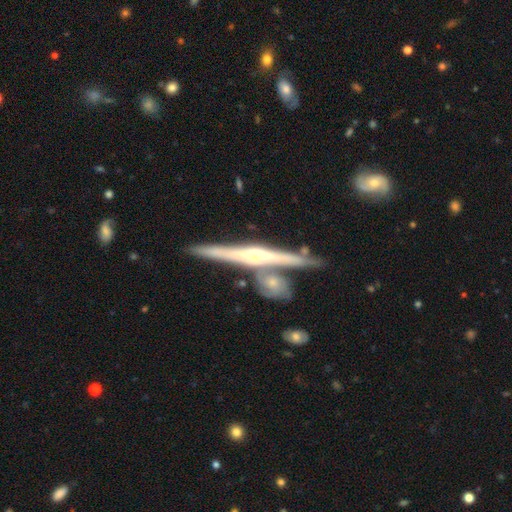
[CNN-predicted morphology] Smooth or featured? Predicted: featured or disk (p=0.79). Edge-on disk? Predicted: yes (p=0.97). Edge-on bulge? Predicted: rounded (p=0.74). Merging? Predicted: none (p=0.73).